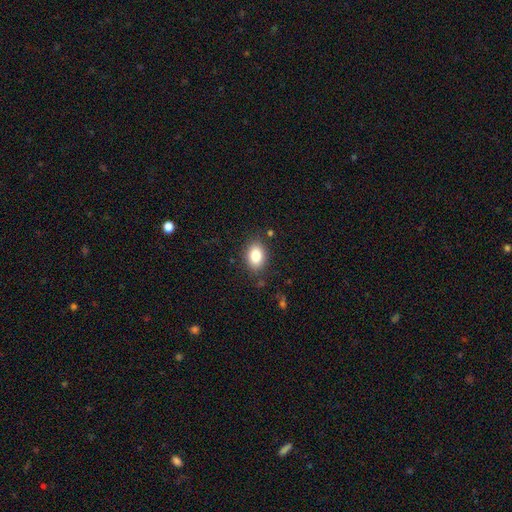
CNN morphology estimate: smooth 83%, featured or disk 9%, star or artifact 9%. Down the decision tree: how rounded — in between (76%); merging — none (84%).